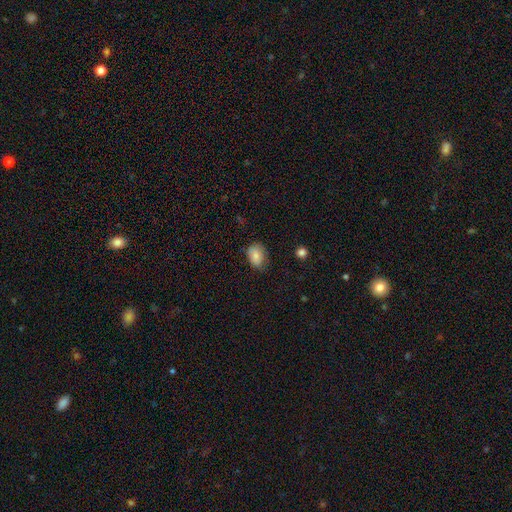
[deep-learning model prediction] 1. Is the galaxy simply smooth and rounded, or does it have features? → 82% smooth, 9% featured or disk, 8% star or artifact.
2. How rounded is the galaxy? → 79% in between, 20% round, 1% cigar-shaped.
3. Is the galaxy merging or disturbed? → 66% none, 27% minor disturbance, 5% major disturbance, 1% merger.